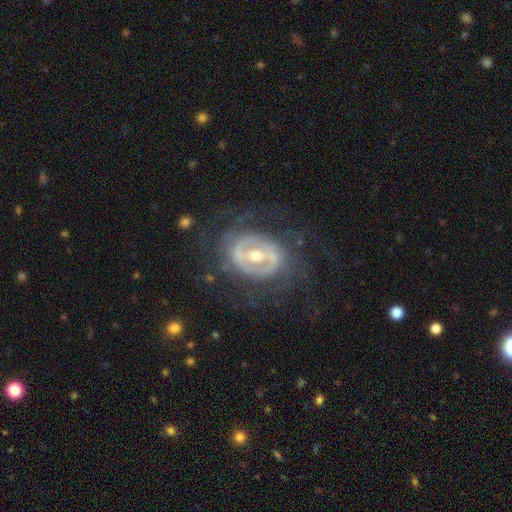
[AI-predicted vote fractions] A featured or disk galaxy (80%) with a strong bar (43%), no spiral arms (50%, tied with yes) and a moderate central bulge (69%).

Vote fractions:
- Smooth or featured? featured or disk: 80% / smooth: 14% / star or artifact: 6%
- Edge-on disk? no: 95% / yes: 5%
- Bar? strong: 43% / weak: 33% / no: 24%
- Spiral arms? no: 50% (tied) / yes: 50% (tied)
- Bulge size? moderate: 69% / small: 24% / large: 5% / none: 1% / dominant: 1%
- Merging? none: 67% / minor disturbance: 17% / major disturbance: 15% / merger: 1%